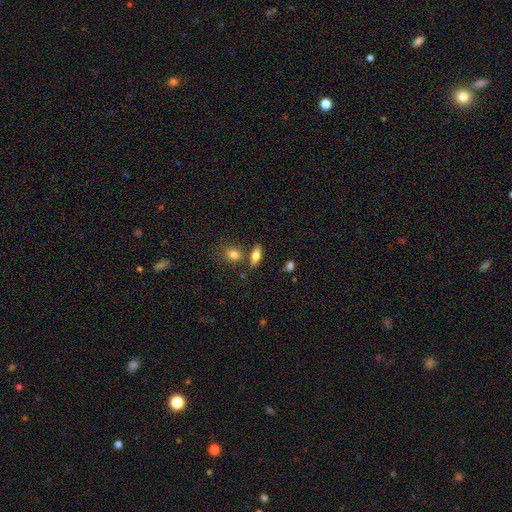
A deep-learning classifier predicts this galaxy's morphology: This is likely a smooth galaxy (68%). How rounded: likely in between (71%). Merging: likely none (73%).